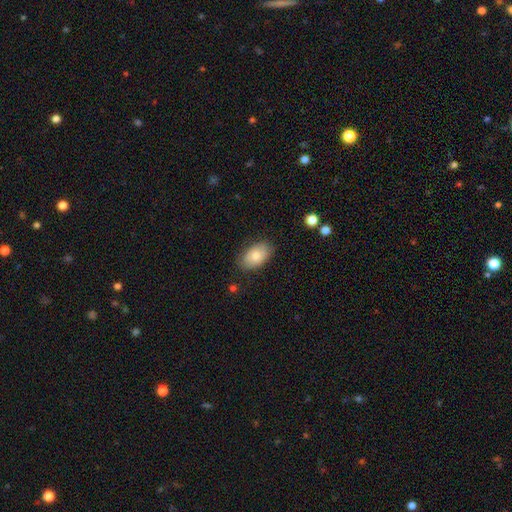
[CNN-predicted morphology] The model was most divided on "smooth or featured": smooth: 79%, featured or disk: 15%, star or artifact: 7%. More confident: how rounded — in between (93%); merging — none (81%).